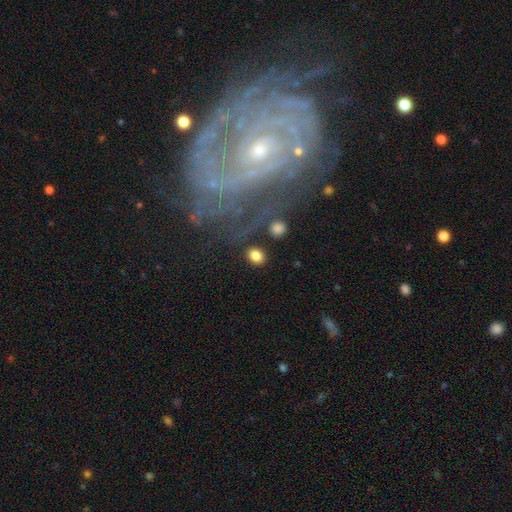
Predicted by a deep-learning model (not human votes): Q: Smooth or featured?
A: smooth (83%); runner-up: star or artifact (9%)
Q: How rounded?
A: round (56%); runner-up: in between (43%)
Q: Merging?
A: none (83%); runner-up: minor disturbance (9%)